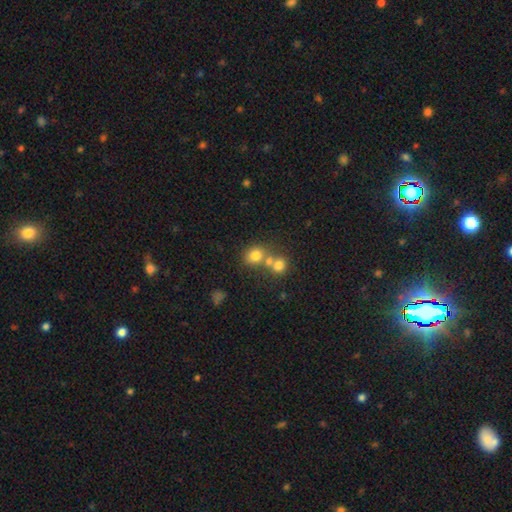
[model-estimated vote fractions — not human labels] Overall: smooth (76%). How rounded: round (74%). Merging: none (45%; merger 44%).